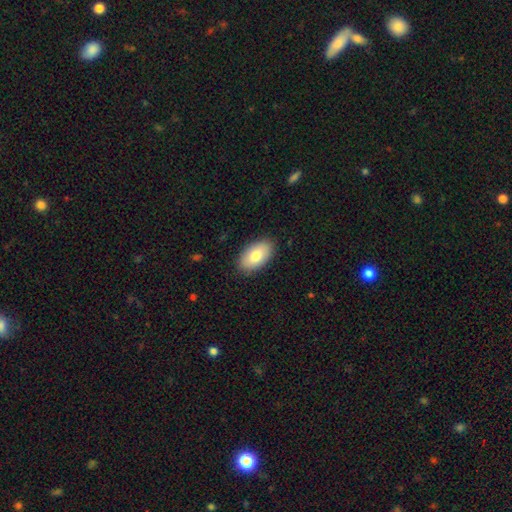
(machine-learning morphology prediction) Q: Smooth or featured?
A: smooth (79%); runner-up: featured or disk (16%)
Q: How rounded?
A: in between (95%); runner-up: round (3%)
Q: Merging?
A: none (88%); runner-up: minor disturbance (9%)